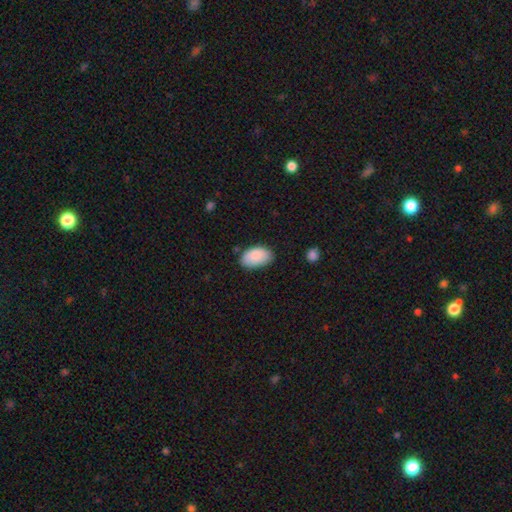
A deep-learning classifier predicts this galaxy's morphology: Smooth or featured? smooth (87%)
How rounded? in between (94%)
Merging? none (74%)